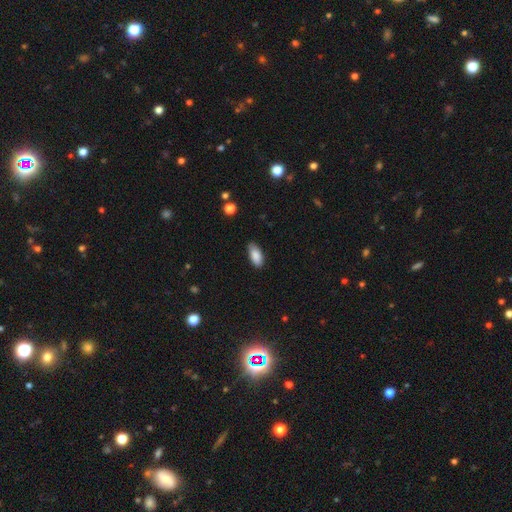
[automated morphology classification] The model was most divided on "merging": none: 80%, minor disturbance: 16%, major disturbance: 3%, merger: 1%. More confident: how rounded — in between (90%); smooth or featured — smooth (87%).